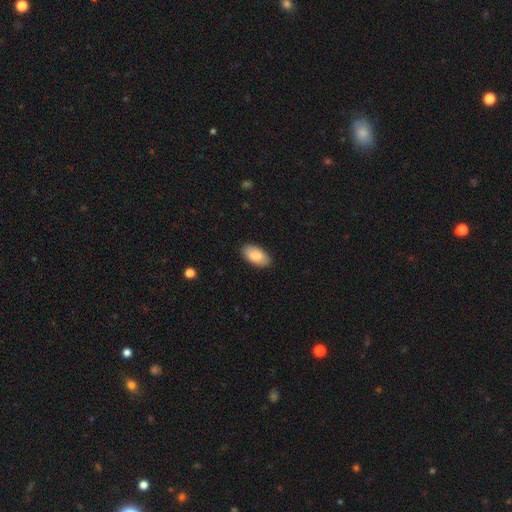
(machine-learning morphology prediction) smooth_or_featured: smooth (p=0.84) [alt: featured or disk p=0.11]
how_rounded: in between (p=0.95) [alt: round p=0.03]
merging: none (p=0.88) [alt: minor disturbance p=0.09]